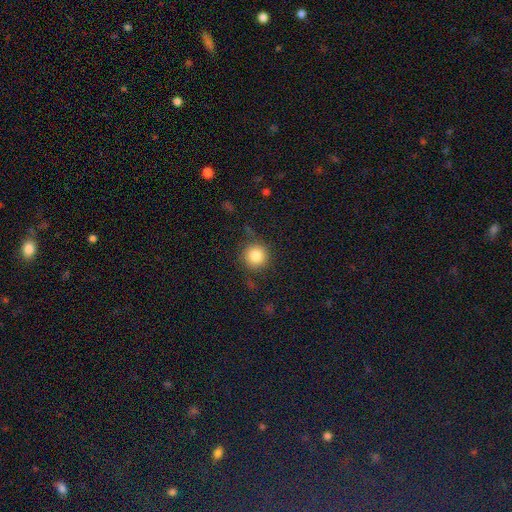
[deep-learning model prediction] A smooth galaxy with no disk features (84%) that is round (94%).

Vote fractions:
- Smooth or featured? smooth: 84% / star or artifact: 10% / featured or disk: 6%
- How rounded? round: 94% / in between: 5% / cigar-shaped: 1%
- Merging? none: 82% / minor disturbance: 11% / major disturbance: 4% / merger: 2%